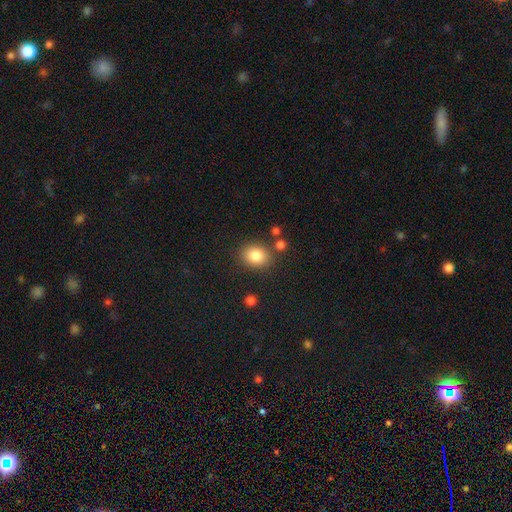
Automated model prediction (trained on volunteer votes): This is clearly a smooth galaxy (84%). How rounded: possibly round (53%). Merging: clearly none (80%).